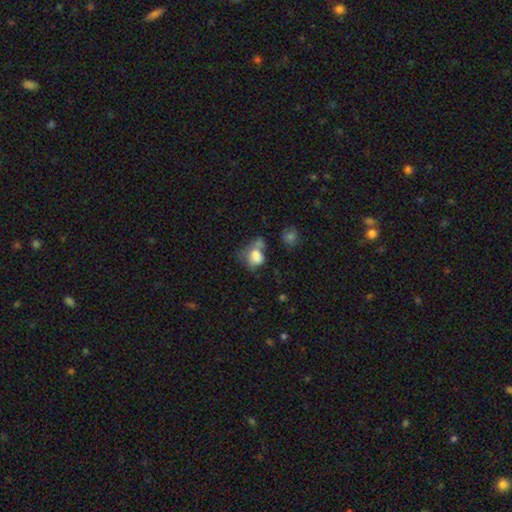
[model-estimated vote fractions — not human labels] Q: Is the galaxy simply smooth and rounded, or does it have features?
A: smooth — 75%.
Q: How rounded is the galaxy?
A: in between — 53%.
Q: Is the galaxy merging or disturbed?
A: merger — 30%.